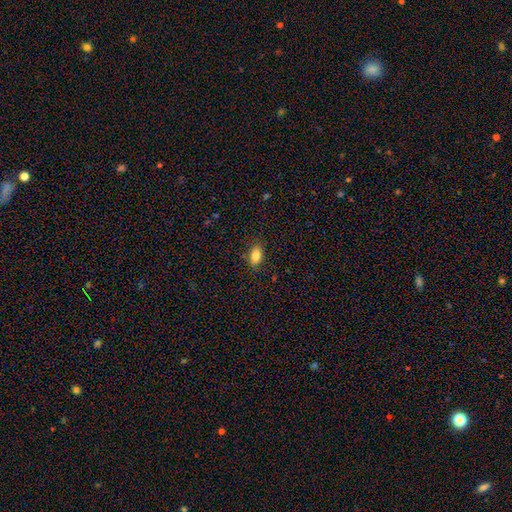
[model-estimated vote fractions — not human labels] Overall: smooth (84%). How rounded: in between (89%). Merging: none (85%).